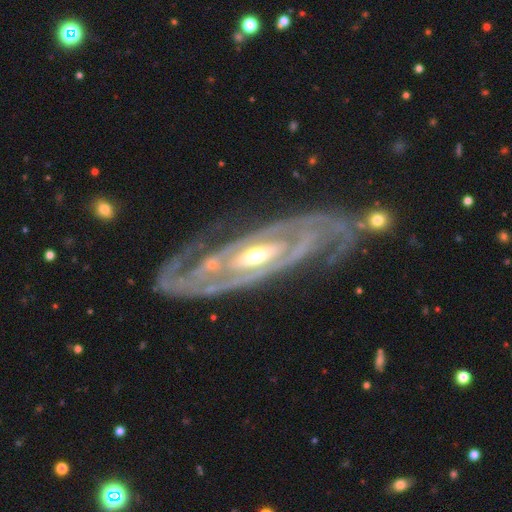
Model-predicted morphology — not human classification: Q: Smooth or featured?
A: featured or disk (90%); runner-up: smooth (6%)
Q: Edge-on disk?
A: no (88%); runner-up: yes (12%)
Q: Bar?
A: no (47%); runner-up: weak (27%)
Q: Spiral arms?
A: yes (89%); runner-up: no (11%)
Q: Spiral winding?
A: tight (58%); runner-up: medium (30%)
Q: Spiral arm count?
A: 2 (58%); runner-up: can't tell (20%)
Q: Bulge size?
A: moderate (64%); runner-up: small (27%)
Q: Merging?
A: none (65%); runner-up: minor disturbance (19%)